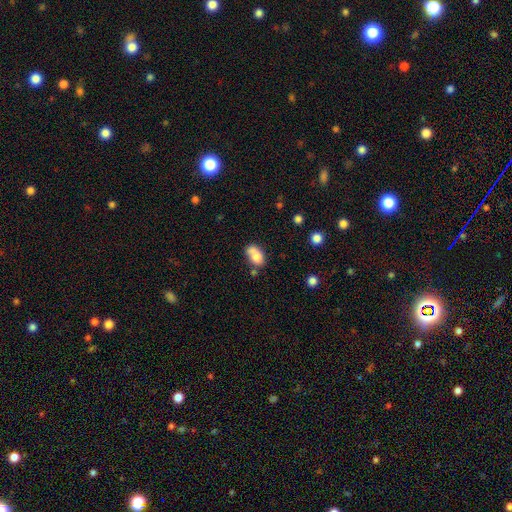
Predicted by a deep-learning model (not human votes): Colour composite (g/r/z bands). It shows a smooth galaxy with no disk features (74%) that is in between round and cigar-shaped (81%). Merging: none (39%).